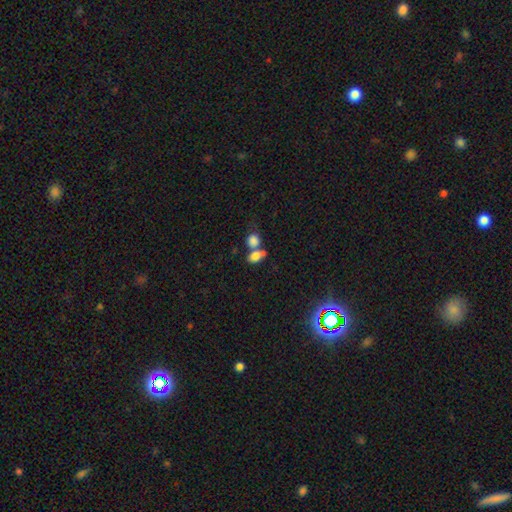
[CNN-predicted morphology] A smooth galaxy with no disk features (79%) that is in between round and cigar-shaped (77%). Merging: merger (51%).